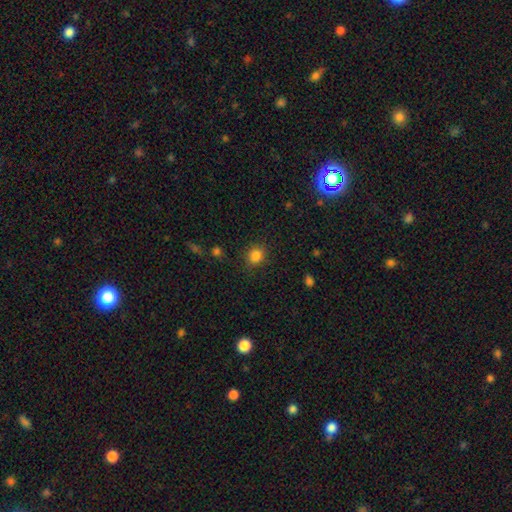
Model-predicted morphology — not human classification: The model was most divided on "how rounded": round: 73%, in between: 26%, cigar-shaped: 1%. More confident: smooth or featured — smooth (84%); merging — none (83%).